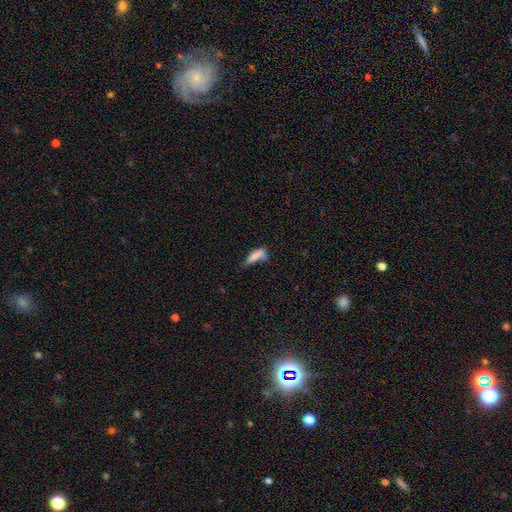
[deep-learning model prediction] Morphology: type=smooth (73%); roundness=in between (52%); merging=none (30%).